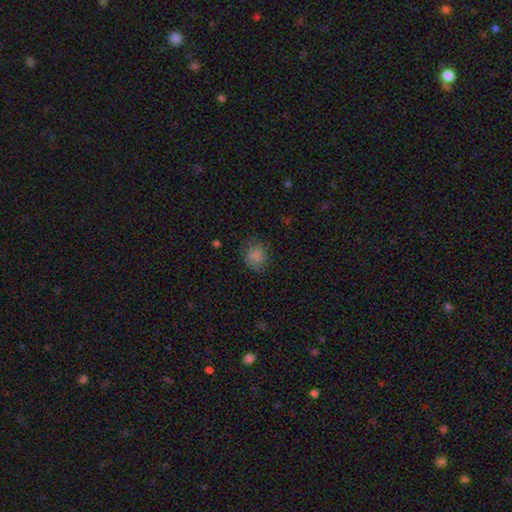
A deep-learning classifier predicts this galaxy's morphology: smooth_or_featured: smooth (p=0.78) [alt: featured or disk p=0.12]
how_rounded: round (p=0.78) [alt: in between p=0.21]
merging: none (p=0.68) [alt: minor disturbance p=0.22]